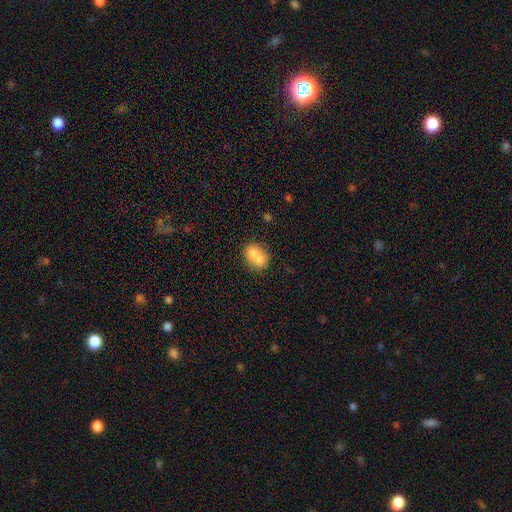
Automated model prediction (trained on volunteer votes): smooth-or-featured: smooth: 70% | featured or disk: 21% | star or artifact: 9%
  how-rounded: round: 50% | in between: 49% | cigar-shaped: 1%
  merging: merger: 61% | none: 28% | minor disturbance: 8% | major disturbance: 3%